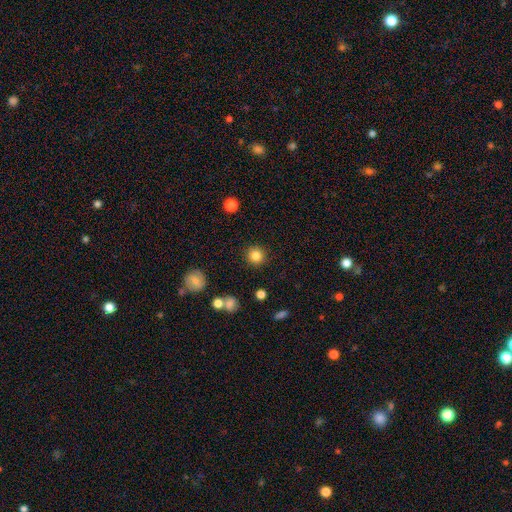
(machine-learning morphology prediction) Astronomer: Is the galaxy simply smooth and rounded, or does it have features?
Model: smooth — 84%.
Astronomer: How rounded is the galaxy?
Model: round — 94%.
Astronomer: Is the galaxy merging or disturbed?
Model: none — 90%.